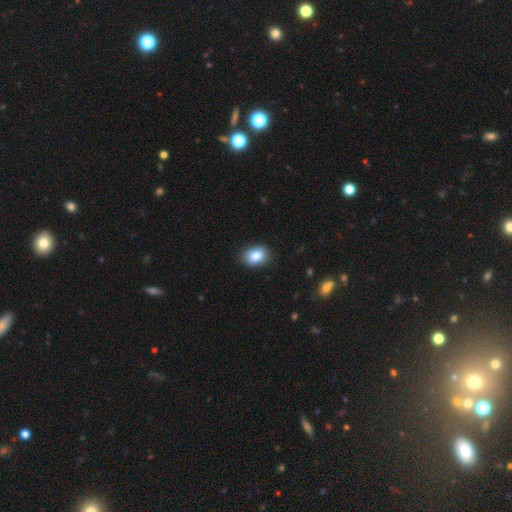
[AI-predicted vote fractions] A smooth galaxy with no disk features (85%) that is in between round and cigar-shaped (73%).

Vote fractions:
- Smooth or featured? smooth: 85% / star or artifact: 8% / featured or disk: 7%
- How rounded? in between: 73% / round: 26% / cigar-shaped: 1%
- Merging? none: 86% / minor disturbance: 11% / major disturbance: 2% / merger: 1%